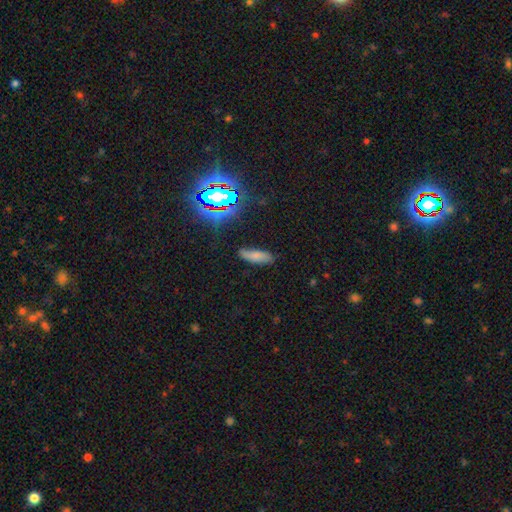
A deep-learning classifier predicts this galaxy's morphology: Smooth or featured?
  - smooth: 71% *
  - star or artifact: 15%
  - featured or disk: 15%
How rounded?
  - cigar-shaped: 49% *
  - in between: 48%
  - round: 3%
Merging?
  - none: 77% *
  - minor disturbance: 17%
  - major disturbance: 4%
  - merger: 2%